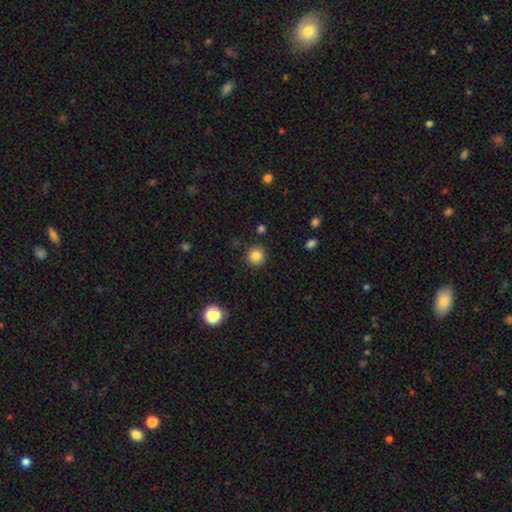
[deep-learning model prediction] Morphology: type=smooth (83%); roundness=round (94%); merging=none (90%).